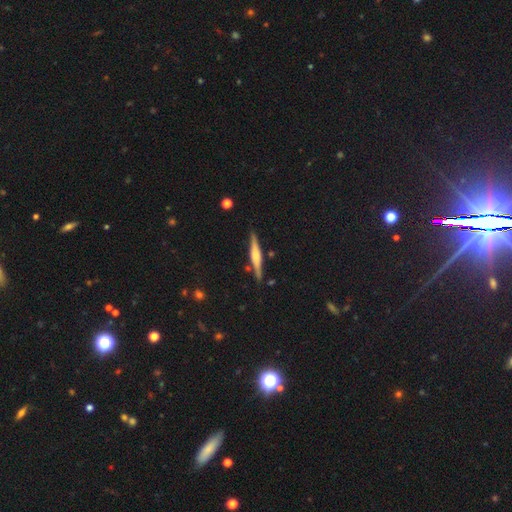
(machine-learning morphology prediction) Smooth or featured? featured or disk (66%)
Edge-on disk? yes (97%)
Edge-on bulge? rounded (67%)
Merging? none (86%)